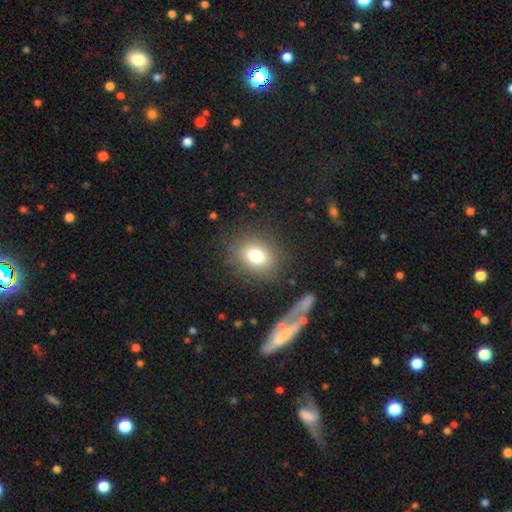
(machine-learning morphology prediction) A smooth galaxy with no disk features (77%) that is round (53%). Merging: none (83%).